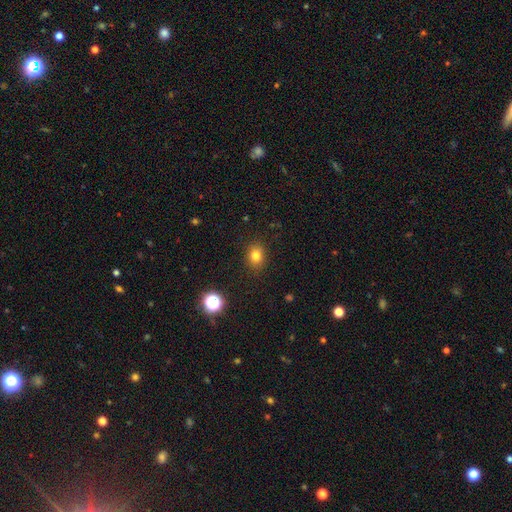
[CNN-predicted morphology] Smooth or featured? Predicted: smooth (p=0.79). How rounded? Predicted: round (p=0.54). Merging? Predicted: none (p=0.87).